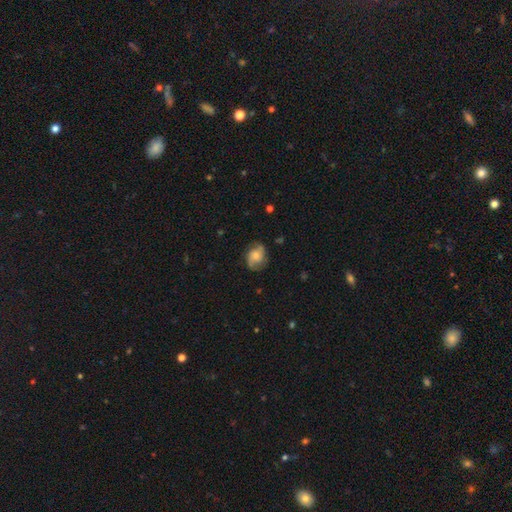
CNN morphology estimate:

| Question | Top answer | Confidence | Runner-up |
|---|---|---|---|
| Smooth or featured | featured or disk | 53% | smooth (39%) |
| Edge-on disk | no | 97% | yes (3%) |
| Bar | no | 69% | weak (26%) |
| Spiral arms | yes | 88% | no (12%) |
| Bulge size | moderate | 46% | small (38%) |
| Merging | none | 72% | minor disturbance (20%) |